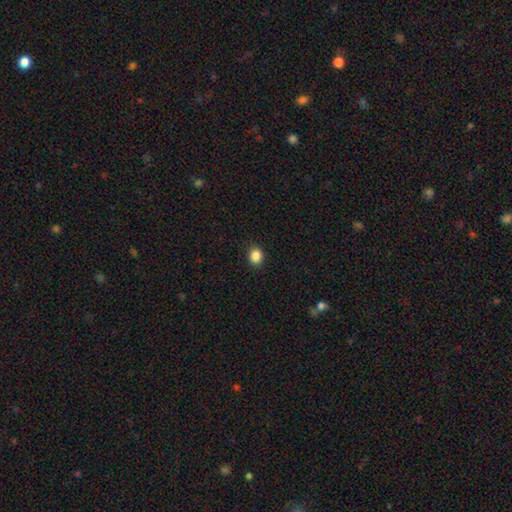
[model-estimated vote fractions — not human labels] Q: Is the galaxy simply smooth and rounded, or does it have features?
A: smooth — 86%.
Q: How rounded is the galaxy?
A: round — 66%.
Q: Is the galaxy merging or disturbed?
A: none — 91%.